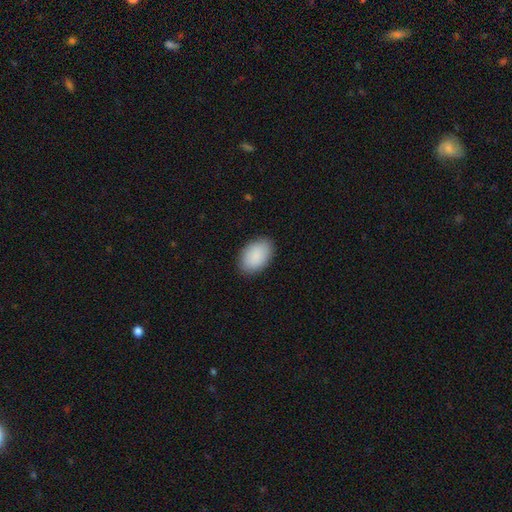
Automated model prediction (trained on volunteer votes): Smooth or featured: smooth — 90% (star or artifact — 6%)
How rounded: in between — 92% (round — 7%)
Merging: none — 88% (minor disturbance — 9%)